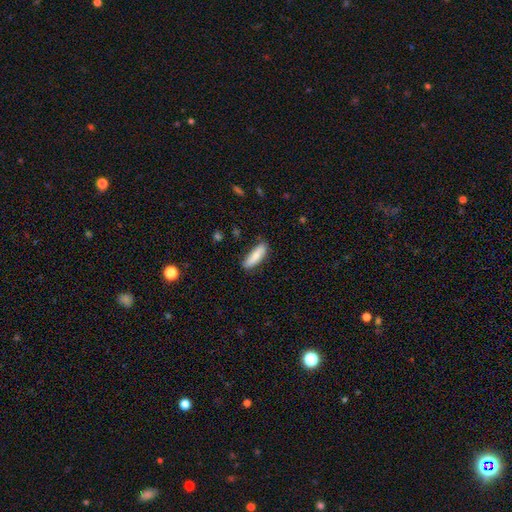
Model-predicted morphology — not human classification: A smooth galaxy with no disk features (79%) that is cigar-shaped (53%). Merging: none (81%).